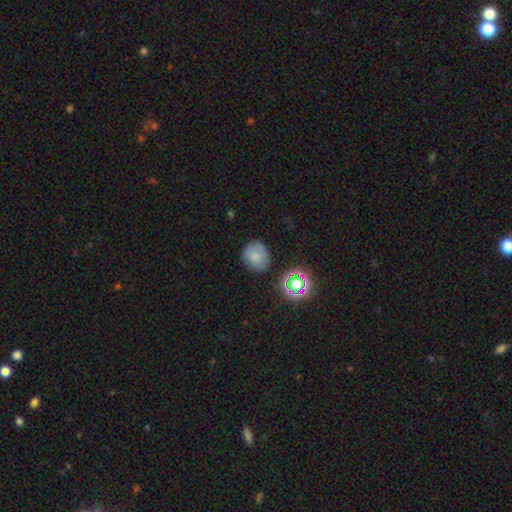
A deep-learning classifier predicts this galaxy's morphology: Smooth or featured?
  - smooth: 74% *
  - star or artifact: 16%
  - featured or disk: 11%
How rounded?
  - round: 78% *
  - in between: 21%
  - cigar-shaped: 1%
Merging?
  - none: 77% *
  - minor disturbance: 16%
  - major disturbance: 4%
  - merger: 3%